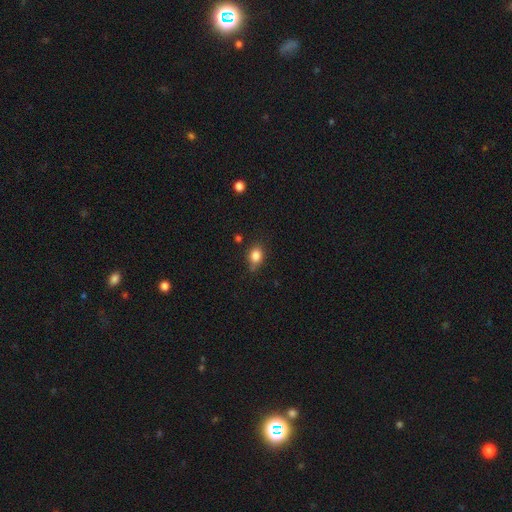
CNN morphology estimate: The model was most divided on "how rounded": in between: 66%, round: 32%, cigar-shaped: 2%. More confident: smooth or featured — smooth (83%); merging — none (69%).